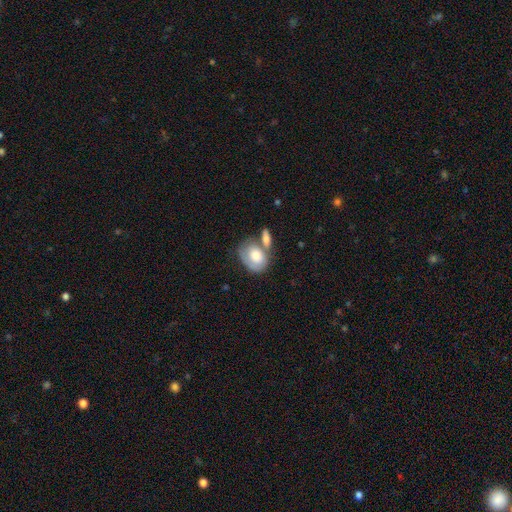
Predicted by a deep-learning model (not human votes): Smooth or featured? Predicted: smooth (p=0.67). How rounded? Predicted: in between (p=0.72). Merging? Predicted: merger (p=0.38).